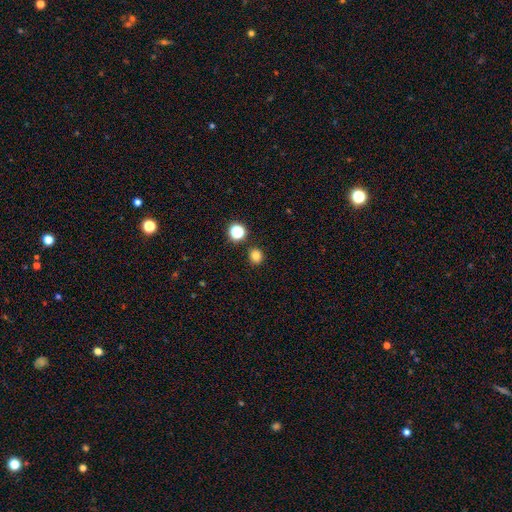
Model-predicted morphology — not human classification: smooth-or-featured: smooth: 81% | star or artifact: 15% | featured or disk: 4%
  how-rounded: round: 82% | in between: 17% | cigar-shaped: 1%
  merging: none: 88% | minor disturbance: 7% | merger: 4% | major disturbance: 2%